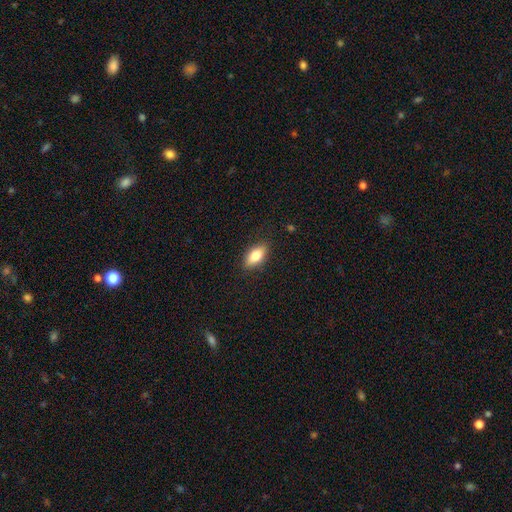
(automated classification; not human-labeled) smooth 79%, featured or disk 14%, star or artifact 7%. Down the decision tree: how rounded — in between (87%); merging — none (87%).